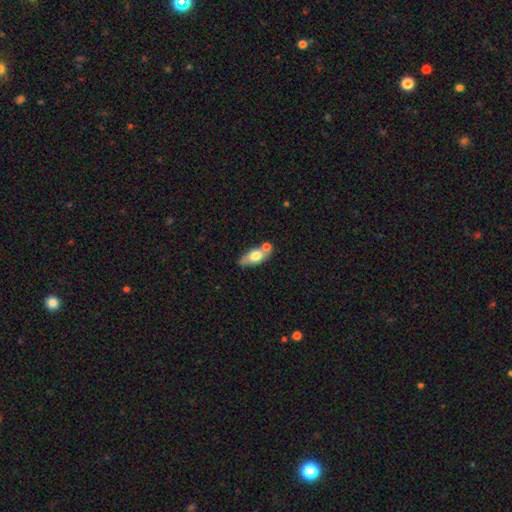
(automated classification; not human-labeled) A smooth galaxy with no disk features (66%) that is in between round and cigar-shaped (82%). Merging: none (51%).